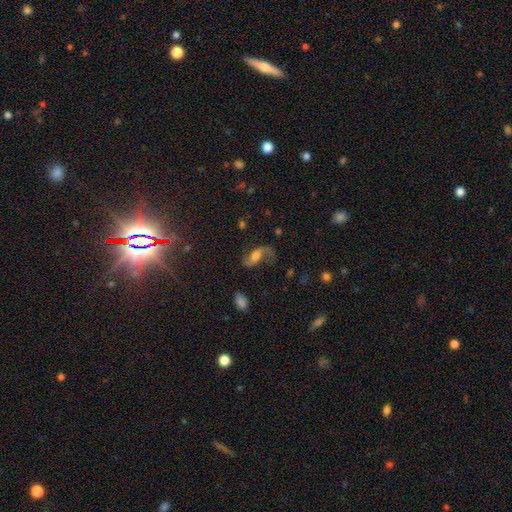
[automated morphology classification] featured or disk 74%, smooth 18%, star or artifact 8%. Down the decision tree: edge-on disk — no (93%); bar — no (43%); spiral arms — yes (92%); spiral arm count — 2 (89%); spiral winding — loose (75%); bulge size — moderate (55%); merging — none (61%).